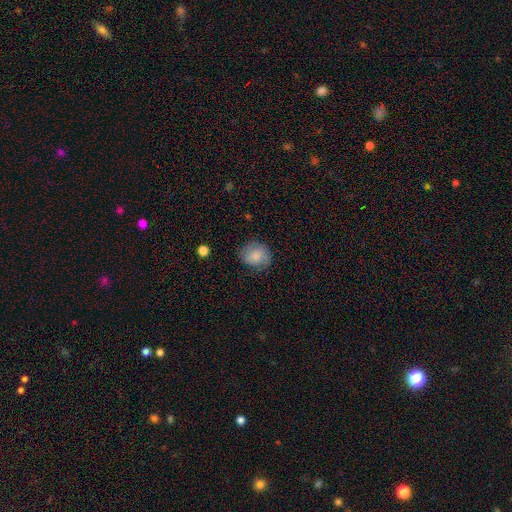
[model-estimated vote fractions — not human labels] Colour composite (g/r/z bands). It shows a smooth galaxy with no disk features (72%) that is round (72%). Merging: none (69%).